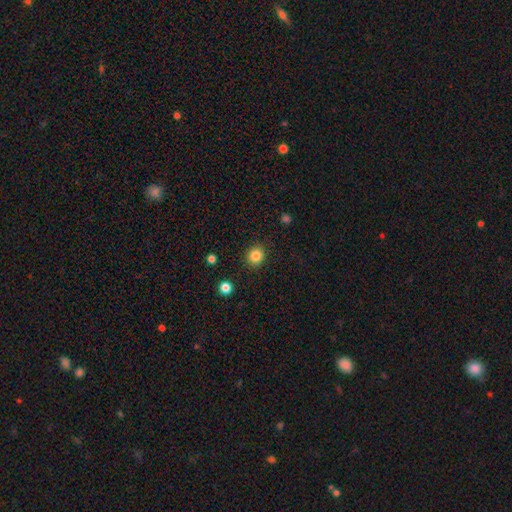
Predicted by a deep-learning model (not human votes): Morphology: type=smooth (84%); roundness=round (81%); merging=none (89%).